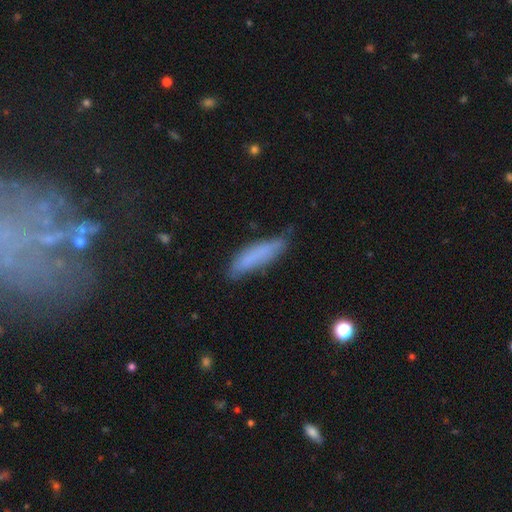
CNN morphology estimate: Q: Smooth or featured?
A: smooth (76%); runner-up: featured or disk (16%)
Q: How rounded?
A: cigar-shaped (71%); runner-up: in between (27%)
Q: Merging?
A: none (61%); runner-up: minor disturbance (30%)